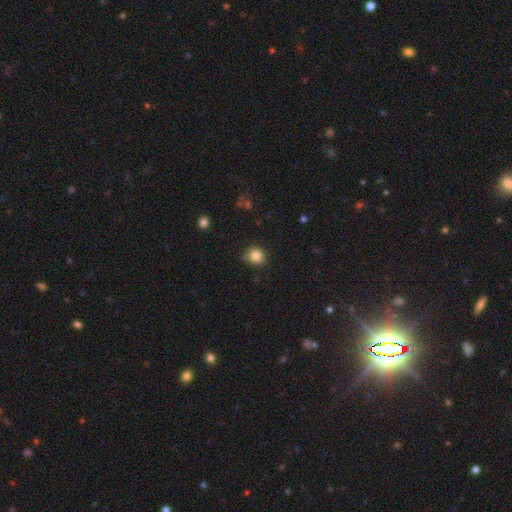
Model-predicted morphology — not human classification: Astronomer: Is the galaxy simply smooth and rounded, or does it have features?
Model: smooth — 84%.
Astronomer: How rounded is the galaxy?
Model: round — 85%.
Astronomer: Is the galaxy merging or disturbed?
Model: none — 83%.